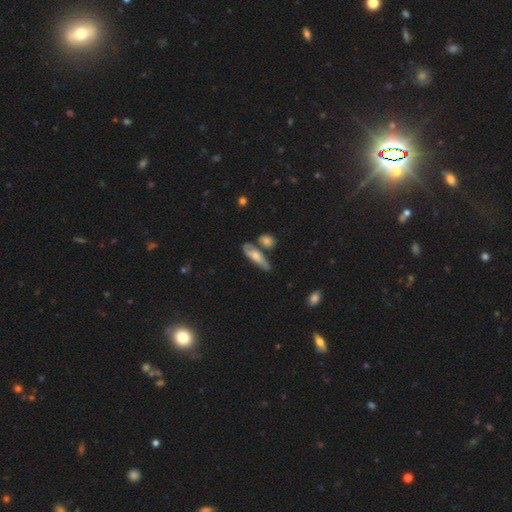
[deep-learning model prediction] Overall: smooth (50%; featured or disk 43%). Merging: none (50%; minor disturbance 22%).